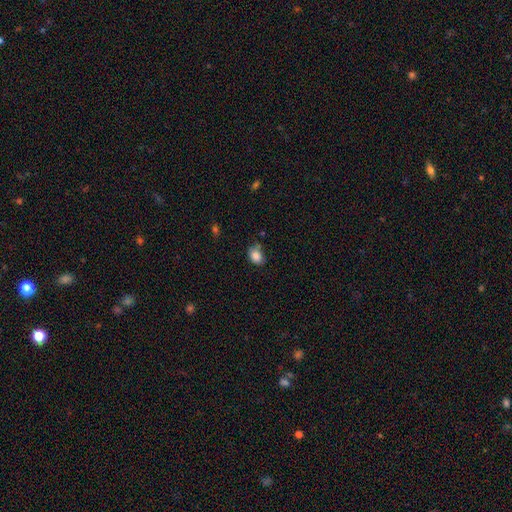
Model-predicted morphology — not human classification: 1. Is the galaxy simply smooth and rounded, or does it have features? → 85% smooth, 10% star or artifact, 5% featured or disk.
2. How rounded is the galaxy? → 65% in between, 34% round, 1% cigar-shaped.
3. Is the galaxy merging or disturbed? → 57% none, 30% minor disturbance, 7% major disturbance, 6% merger.